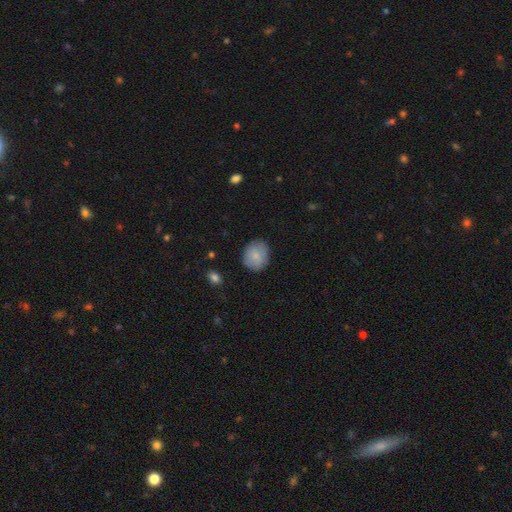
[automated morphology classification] smooth_or_featured: smooth (p=0.81) [alt: featured or disk p=0.13]
how_rounded: round (p=0.61) [alt: in between p=0.38]
merging: none (p=0.83) [alt: minor disturbance p=0.13]